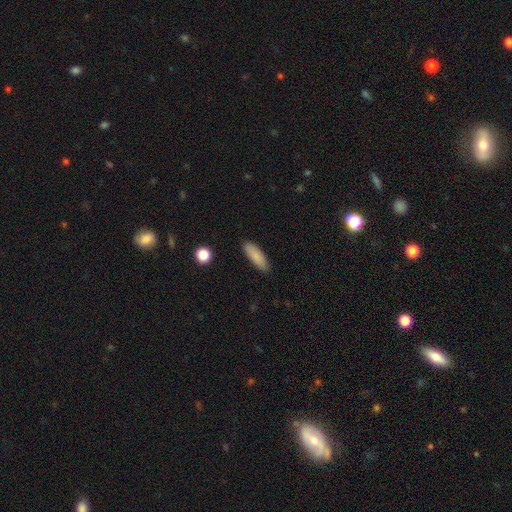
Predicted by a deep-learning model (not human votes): This is clearly a smooth galaxy (86%). How rounded: possibly in between (56%). Merging: clearly none (86%).